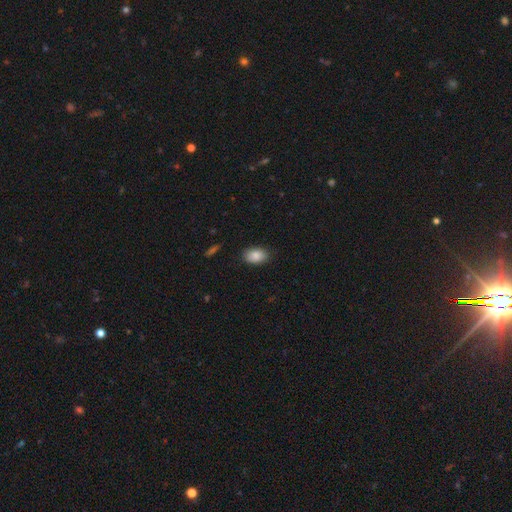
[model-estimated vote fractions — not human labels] smooth 87%, star or artifact 7%, featured or disk 5%. Down the decision tree: how rounded — in between (88%); merging — none (85%).